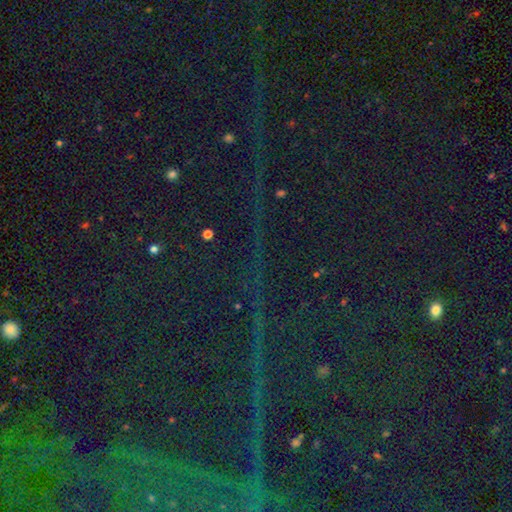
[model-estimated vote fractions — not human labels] star or artifact 86%, smooth 7%, featured or disk 6%.